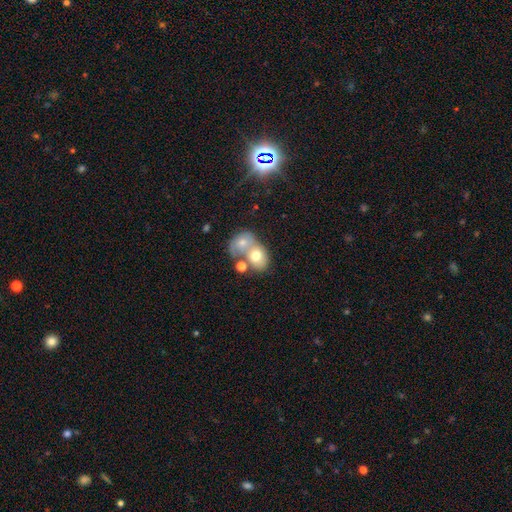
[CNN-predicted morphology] This appears to be a smooth galaxy with no disk features (66%) that is in between round and cigar-shaped (58%). Merging: merger (65%).